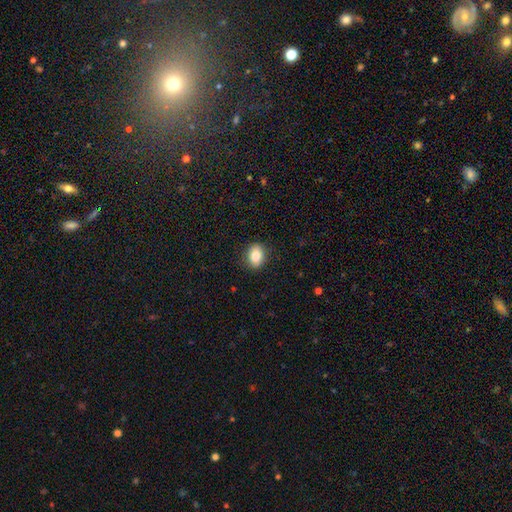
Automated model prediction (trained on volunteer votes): A smooth galaxy with no disk features (84%) that is in between round and cigar-shaped (72%). Merging: none (87%).